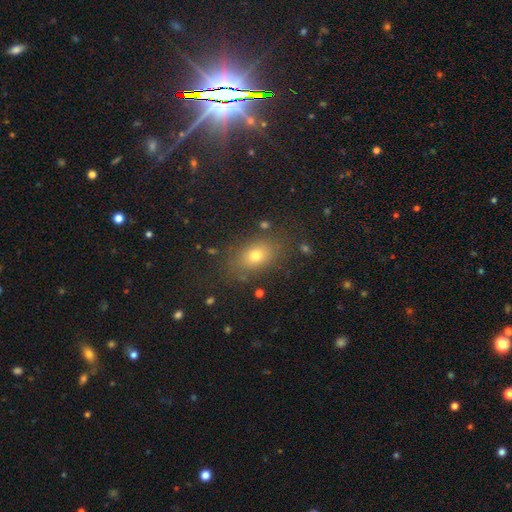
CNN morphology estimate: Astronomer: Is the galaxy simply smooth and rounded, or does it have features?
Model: smooth — 69%.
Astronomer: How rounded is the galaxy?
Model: in between — 73%.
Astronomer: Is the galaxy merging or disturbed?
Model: none — 83%.